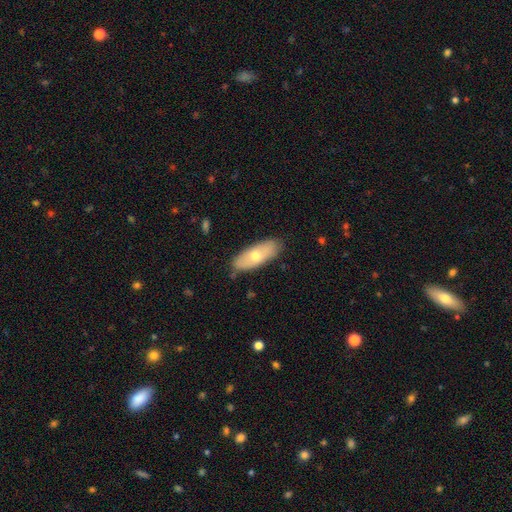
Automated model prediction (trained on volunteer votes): Overall: smooth (61%; featured or disk 33%). How rounded: in between (77%). Merging: none (84%).